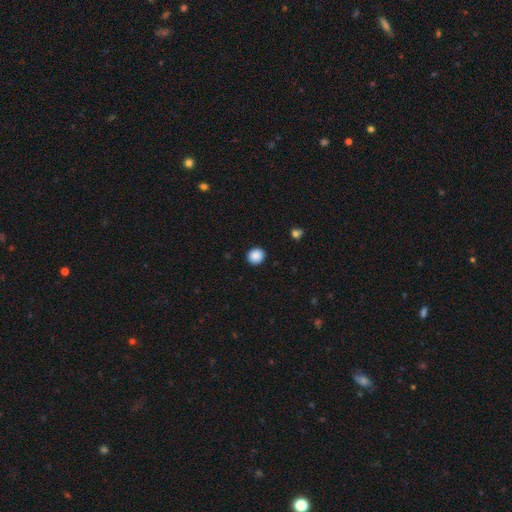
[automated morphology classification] Smooth or featured? smooth (88%)
How rounded? round (87%)
Merging? none (92%)